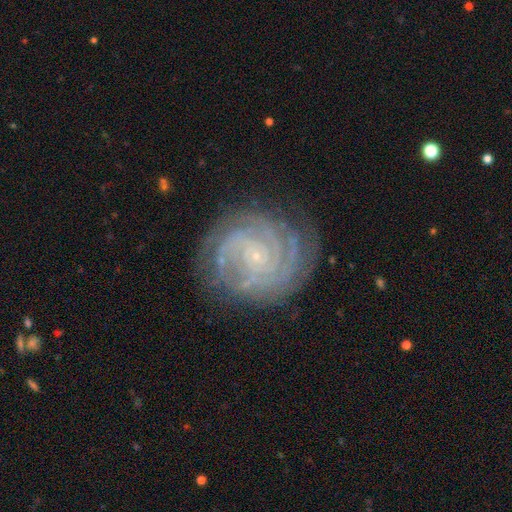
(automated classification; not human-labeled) The model was most divided on "spiral arm count": 4: 24%, can't tell: 22%, 3: 20%, 2: 15%, more than 4: 12%, 1: 8%. More confident: edge-on disk — no (98%); spiral arms — yes (97%); bulge size — small (90%); smooth or featured — featured or disk (86%); spiral winding — tight (81%); merging — none (79%); bar — no (74%).